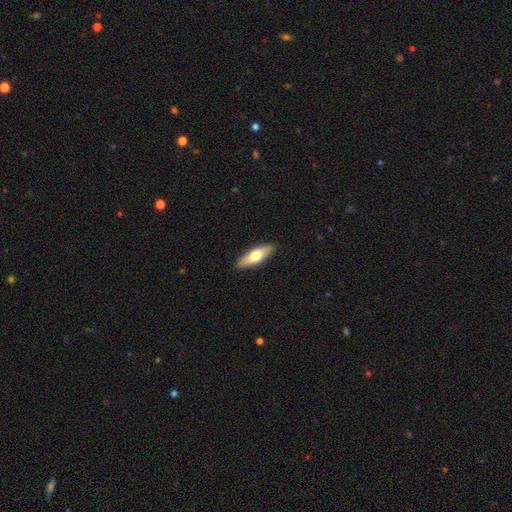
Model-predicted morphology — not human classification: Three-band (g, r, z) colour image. It shows a smooth galaxy with no disk features (64%) that is in between round and cigar-shaped (49%, tied with cigar-shaped). Merging: none (90%).